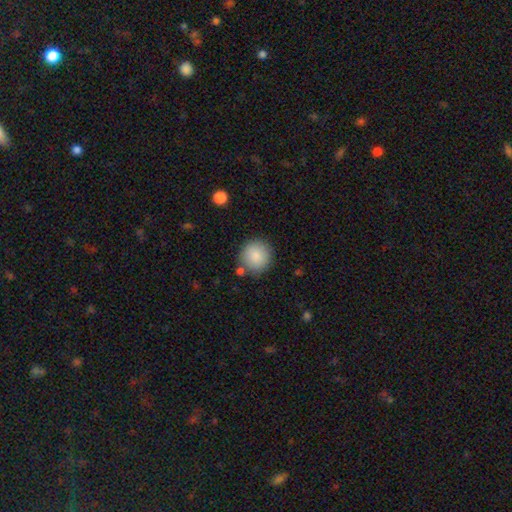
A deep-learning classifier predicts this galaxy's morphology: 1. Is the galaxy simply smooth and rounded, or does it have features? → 88% smooth, 7% star or artifact, 5% featured or disk.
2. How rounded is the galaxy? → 93% round, 6% in between, 1% cigar-shaped.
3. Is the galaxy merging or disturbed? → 83% none, 9% minor disturbance, 5% merger, 3% major disturbance.